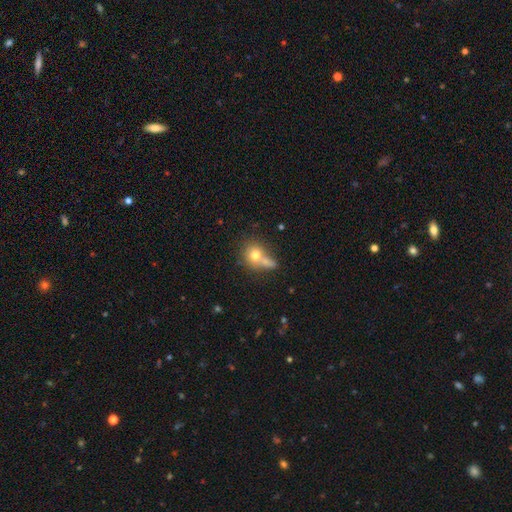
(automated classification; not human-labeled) A smooth galaxy with no disk features (74%) that is round (67%).

Vote fractions:
- Smooth or featured? smooth: 74% / featured or disk: 16% / star or artifact: 10%
- How rounded? round: 67% / in between: 31% / cigar-shaped: 2%
- Merging? merger: 46% / none: 33% / minor disturbance: 13% / major disturbance: 8%